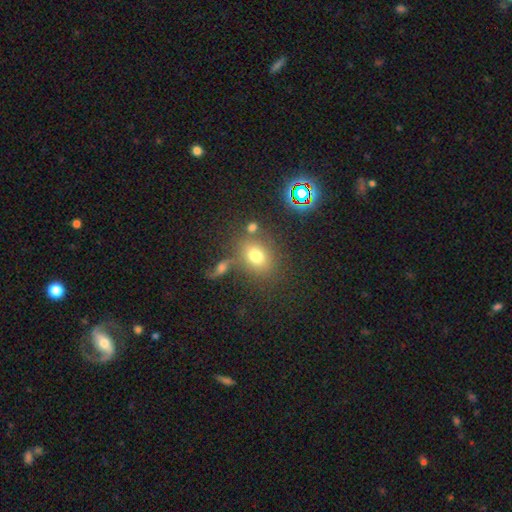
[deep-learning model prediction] This is likely a smooth galaxy (72%). How rounded: possibly in between (52%). Merging: likely none (69%).